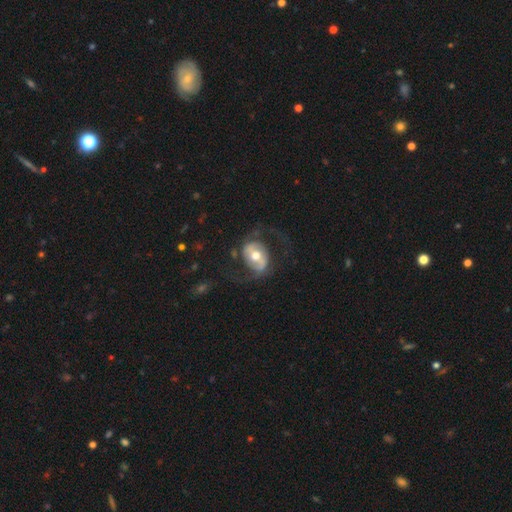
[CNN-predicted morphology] A featured or disk galaxy (79%) with a weak bar (38%), 2 (91%) loose (51%) spiral arms (87%) and a moderate central bulge (74%).

Vote fractions:
- Smooth or featured? featured or disk: 79% / smooth: 15% / star or artifact: 5%
- Edge-on disk? no: 97% / yes: 3%
- Bar? weak: 38% / no: 33% / strong: 30%
- Spiral arms? yes: 87% / no: 13%
- Spiral winding? loose: 51% / medium: 39% / tight: 10%
- Spiral arm count? 2: 91% / can't tell: 3% / 1: 3% / 3: 1% / 4: 1% / more than 4: 1%
- Bulge size? moderate: 74% / large: 12% / small: 11% / dominant: 1% / none: 1%
- Merging? none: 67% / major disturbance: 19% / minor disturbance: 13% / merger: 2%